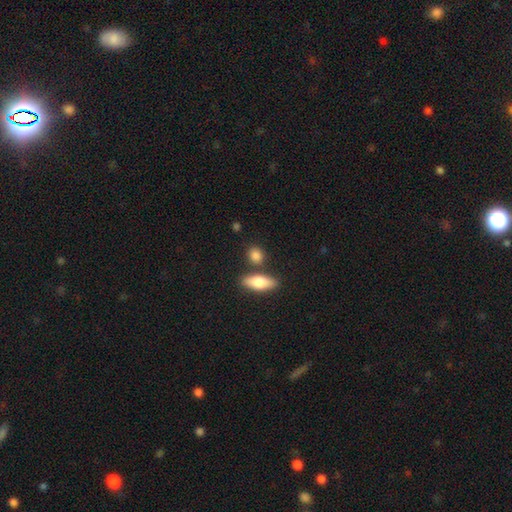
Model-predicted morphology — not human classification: The model was most divided on "how rounded": in between: 47%, round: 44%, cigar-shaped: 9%. More confident: smooth or featured — smooth (84%); merging — none (73%).